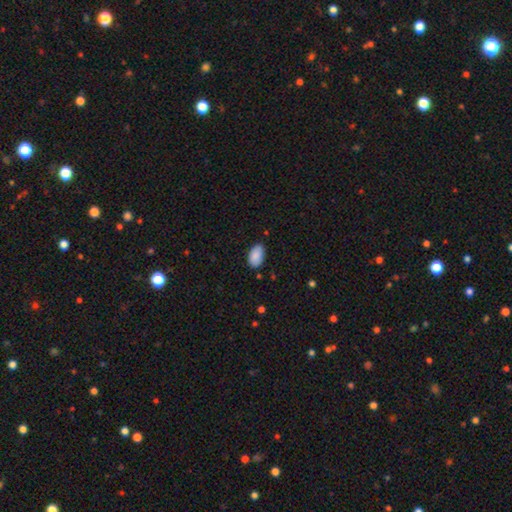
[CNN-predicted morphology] type=smooth (89%); roundness=in between (94%); merging=none (78%).